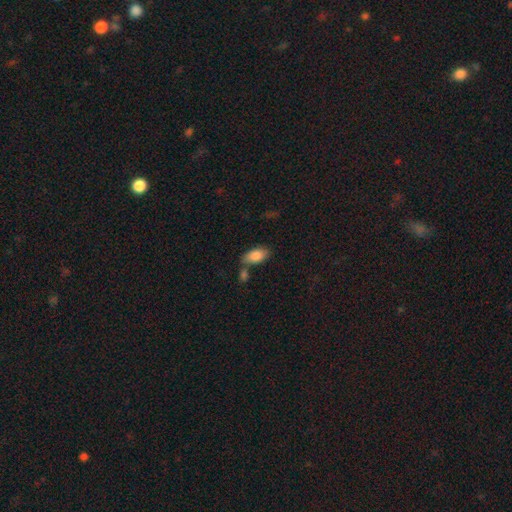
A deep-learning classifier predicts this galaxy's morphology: smooth_or_featured: smooth (p=0.85) [alt: featured or disk p=0.09]
how_rounded: in between (p=0.92) [alt: cigar-shaped p=0.04]
merging: none (p=0.63) [alt: merger p=0.18]